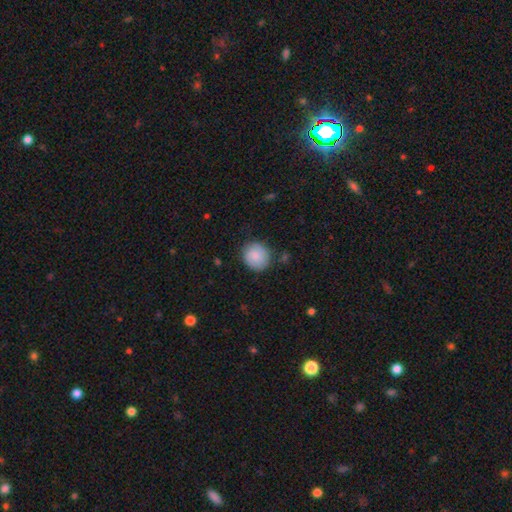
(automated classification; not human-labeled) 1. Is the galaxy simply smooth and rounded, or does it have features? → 84% smooth, 9% featured or disk, 7% star or artifact.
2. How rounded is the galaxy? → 87% round, 12% in between, 1% cigar-shaped.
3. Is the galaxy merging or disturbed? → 82% none, 13% minor disturbance, 3% major disturbance, 2% merger.